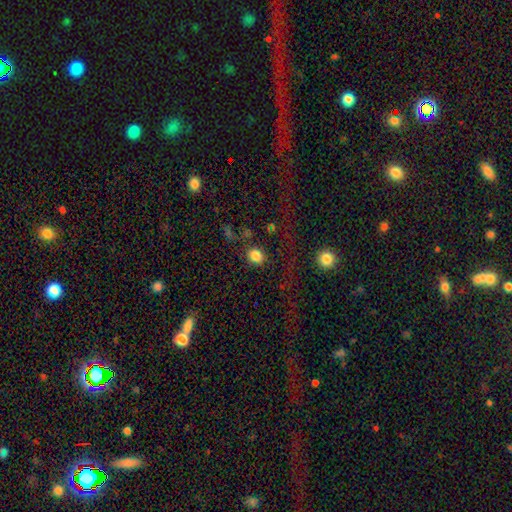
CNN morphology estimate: Smooth or featured? Predicted: smooth (p=0.84). How rounded? Predicted: round (p=0.76). Merging? Predicted: none (p=0.80).